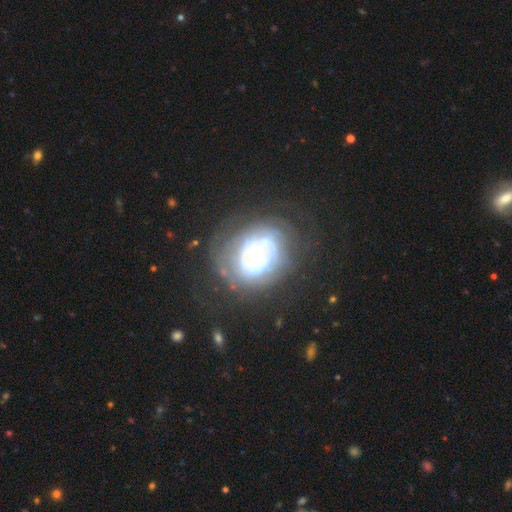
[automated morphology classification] featured or disk 78%, smooth 16%, star or artifact 6%. Down the decision tree: edge-on disk — no (96%); bar — no (82%); spiral arms — yes (55%); bulge size — moderate (68%); merging — none (64%).